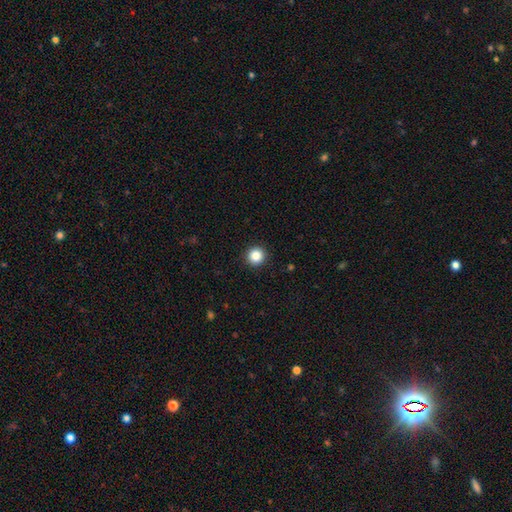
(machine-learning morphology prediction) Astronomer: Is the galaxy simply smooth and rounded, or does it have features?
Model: smooth — 86%.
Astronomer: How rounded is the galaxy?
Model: round — 95%.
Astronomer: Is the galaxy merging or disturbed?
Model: none — 93%.